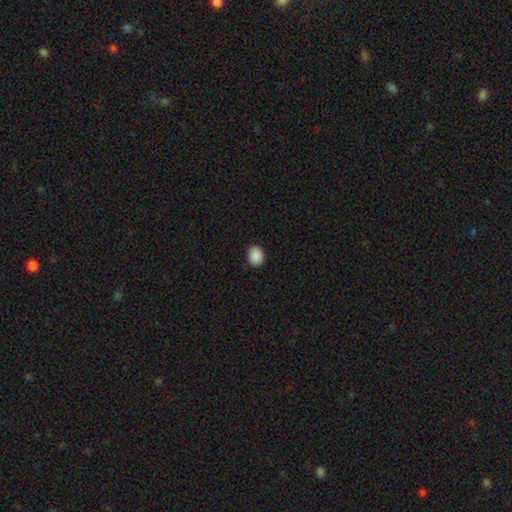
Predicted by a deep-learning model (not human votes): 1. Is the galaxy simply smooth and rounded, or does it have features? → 90% smooth, 8% star or artifact, 2% featured or disk.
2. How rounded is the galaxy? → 51% in between, 48% round, 1% cigar-shaped.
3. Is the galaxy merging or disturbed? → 89% none, 8% minor disturbance, 2% major disturbance, 1% merger.